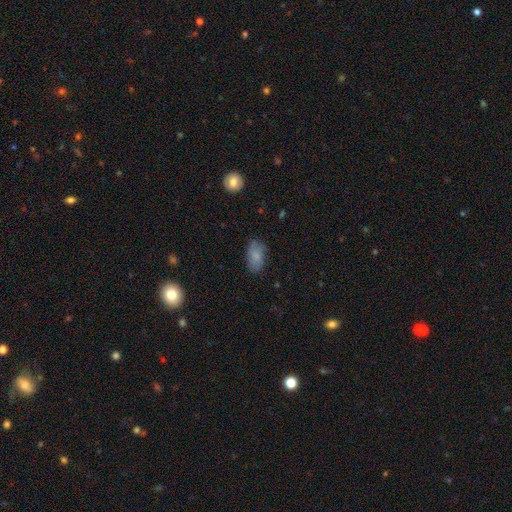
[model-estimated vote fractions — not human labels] Smooth or featured: smooth — 77% (featured or disk — 15%)
How rounded: in between — 92% (round — 6%)
Merging: none — 75% (minor disturbance — 19%)